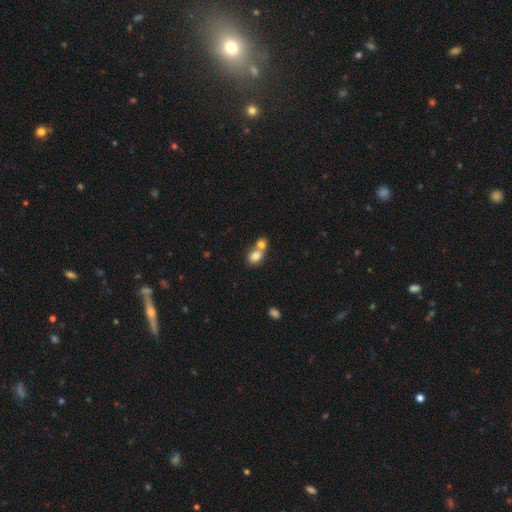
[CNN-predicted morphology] A smooth galaxy with no disk features (79%) that is in between round and cigar-shaped (62%).

Vote fractions:
- Smooth or featured? smooth: 79% / featured or disk: 12% / star or artifact: 9%
- How rounded? in between: 62% / round: 36% / cigar-shaped: 1%
- Merging? merger: 64% / none: 26% / minor disturbance: 6% / major disturbance: 3%